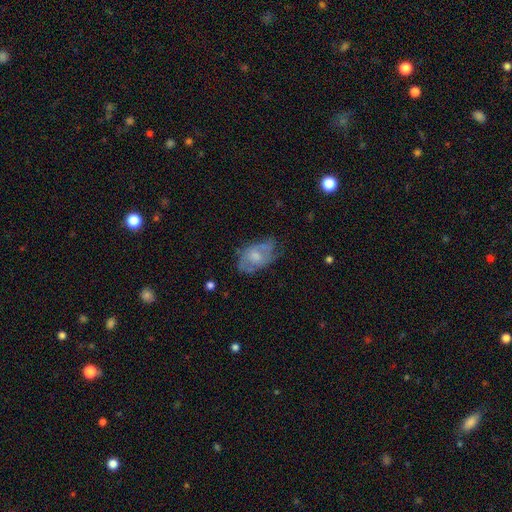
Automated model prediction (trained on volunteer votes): The model was most divided on "spiral arms": yes: 56%, no: 44%. Remaining: edge-on disk — no (95%); bar — no (77%); smooth or featured — featured or disk (54%); merging — none (50%); bulge size — moderate (48%).